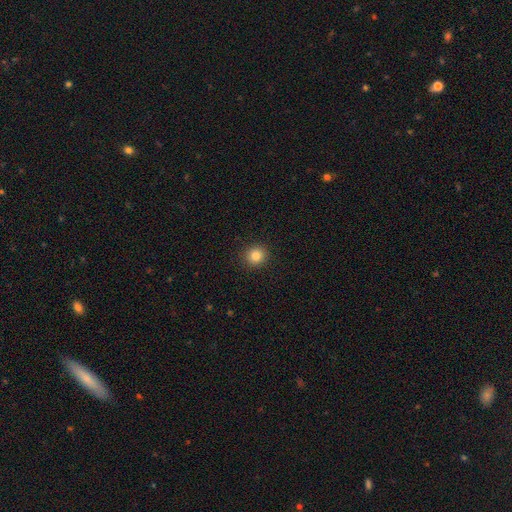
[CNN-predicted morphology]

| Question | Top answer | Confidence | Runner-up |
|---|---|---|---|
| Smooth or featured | smooth | 84% | star or artifact (11%) |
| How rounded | round | 91% | in between (8%) |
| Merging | none | 92% | minor disturbance (5%) |